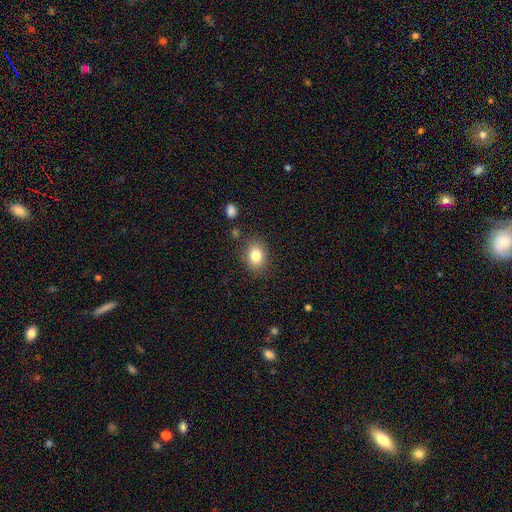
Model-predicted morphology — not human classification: smooth_or_featured: smooth (p=0.82) [alt: star or artifact p=0.10]
how_rounded: in between (p=0.55) [alt: round p=0.44]
merging: none (p=0.84) [alt: minor disturbance p=0.11]